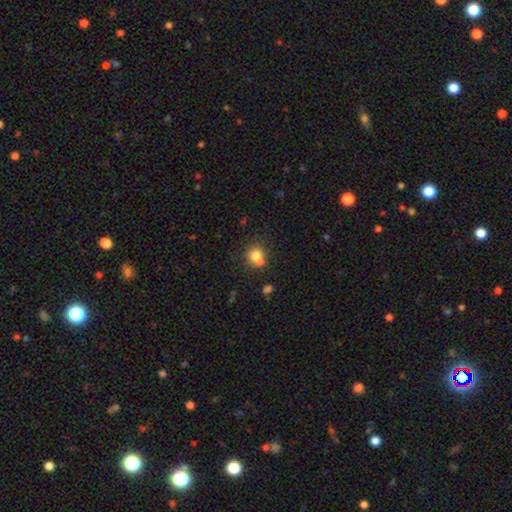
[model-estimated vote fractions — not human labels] Smooth or featured? Predicted: smooth (p=0.74). How rounded? Predicted: round (p=0.82). Merging? Predicted: none (p=0.49).